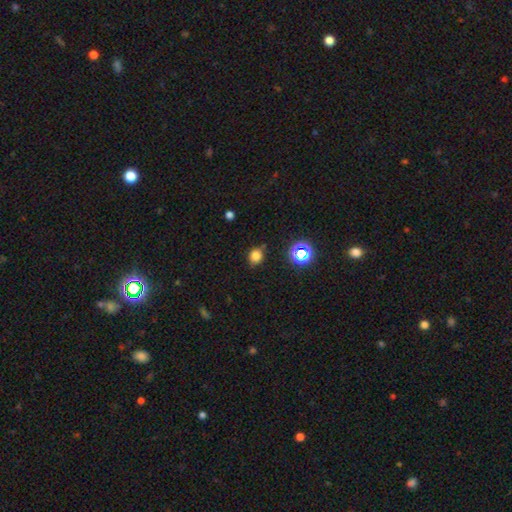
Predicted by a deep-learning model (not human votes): The model was most divided on "how rounded": round: 75%, in between: 24%, cigar-shaped: 1%. More confident: merging — none (78%); smooth or featured — smooth (75%).